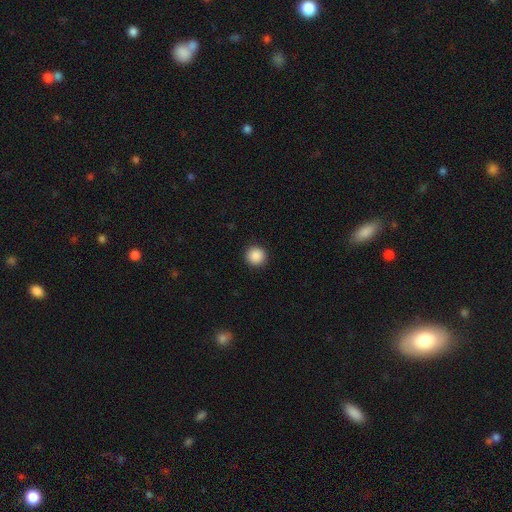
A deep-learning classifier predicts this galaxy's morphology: smooth_or_featured: smooth (p=0.88) [alt: star or artifact p=0.09]
how_rounded: round (p=0.95) [alt: in between p=0.04]
merging: none (p=0.93) [alt: minor disturbance p=0.05]